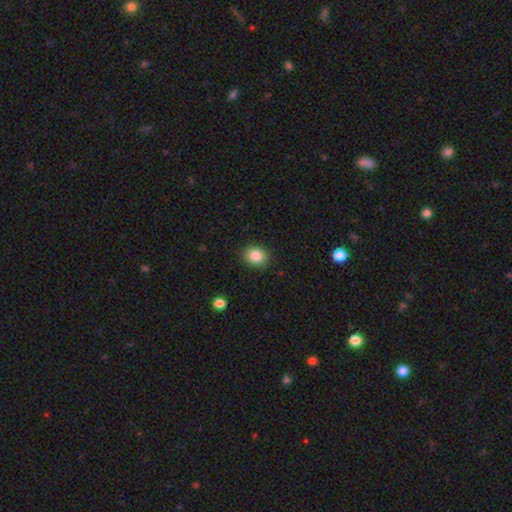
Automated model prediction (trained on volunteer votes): Q: Smooth or featured?
A: smooth (86%); runner-up: star or artifact (9%)
Q: How rounded?
A: round (64%); runner-up: in between (35%)
Q: Merging?
A: none (88%); runner-up: minor disturbance (8%)